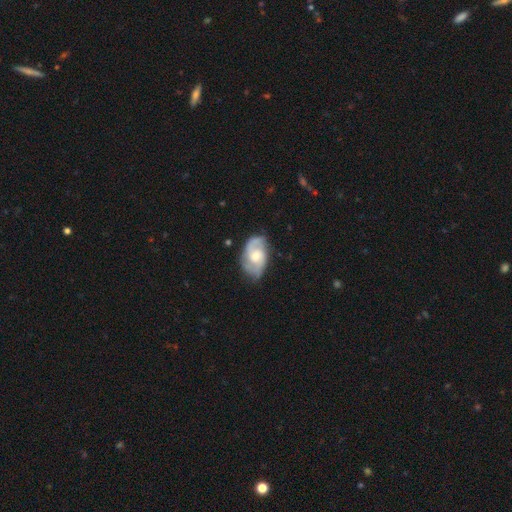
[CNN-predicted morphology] Smooth or featured: featured or disk — 75% (smooth — 20%)
Edge-on disk: no — 96% (yes — 4%)
Bar: no — 59% (weak — 36%)
Spiral arms: yes — 91% (no — 9%)
Spiral winding: medium — 48% (tight — 32%)
Spiral arm count: 2 — 73% (can't tell — 14%)
Bulge size: moderate — 62% (small — 26%)
Merging: none — 68% (minor disturbance — 23%)